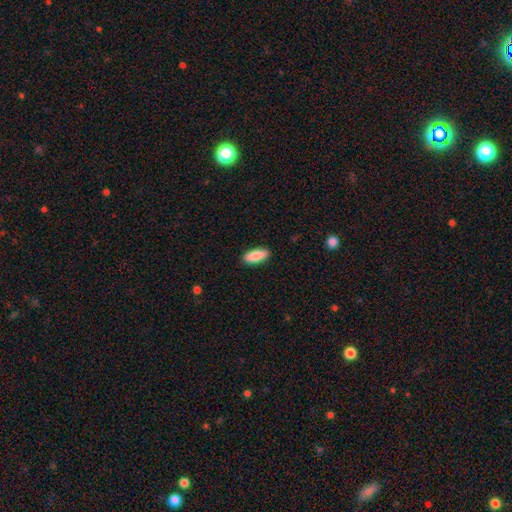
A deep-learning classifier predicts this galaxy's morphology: This is clearly a smooth galaxy (83%). How rounded: likely in between (75%). Merging: clearly none (90%).